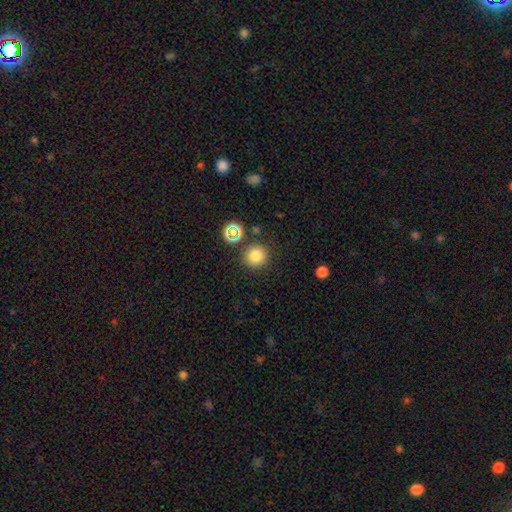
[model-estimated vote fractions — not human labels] Smooth or featured? smooth (79%)
How rounded? round (93%)
Merging? none (85%)